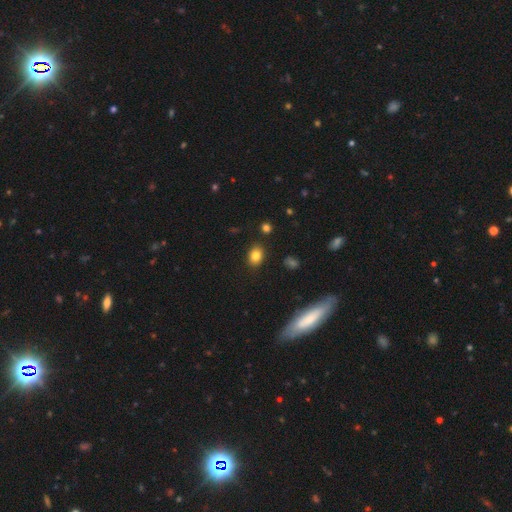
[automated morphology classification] smooth 82%, star or artifact 11%, featured or disk 7%. Down the decision tree: how rounded — in between (64%); merging — none (87%).